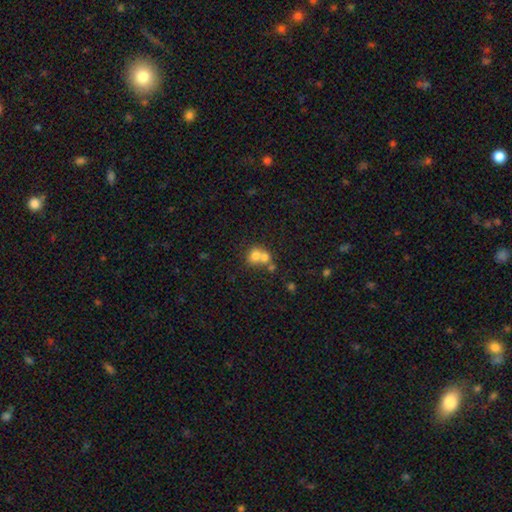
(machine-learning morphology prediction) This appears to be a smooth galaxy with no disk features (69%) that is round (68%). Merging: merger (63%).